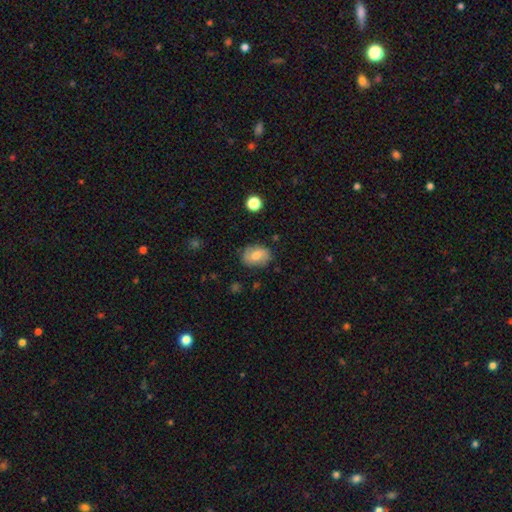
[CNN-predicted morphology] Smooth or featured: smooth — 70% (featured or disk — 22%)
How rounded: in between — 72% (round — 27%)
Merging: none — 80% (minor disturbance — 15%)